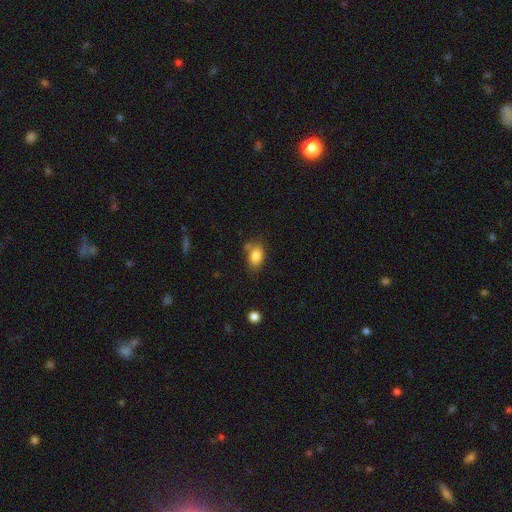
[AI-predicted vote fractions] The model was most divided on "merging": none: 64%, minor disturbance: 20%, merger: 11%, major disturbance: 5%. More confident: smooth or featured — smooth (84%); how rounded — in between (78%).